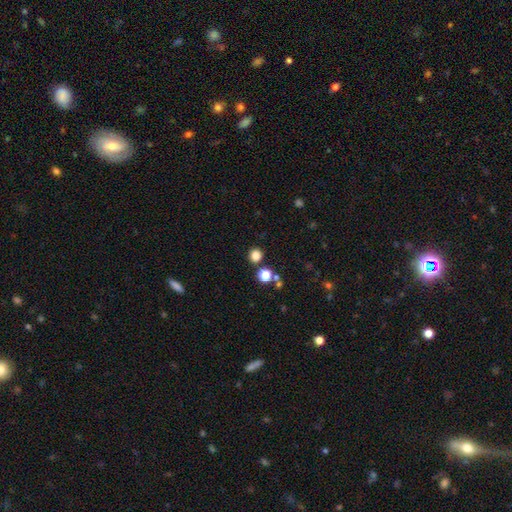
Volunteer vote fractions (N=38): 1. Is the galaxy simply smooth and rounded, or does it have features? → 95% smooth, 5% featured or disk, 0% star or artifact.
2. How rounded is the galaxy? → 92% round, 8% in between, 0% cigar-shaped.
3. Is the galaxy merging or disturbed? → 92% none, 3% minor disturbance, 3% major disturbance, 3% merger.